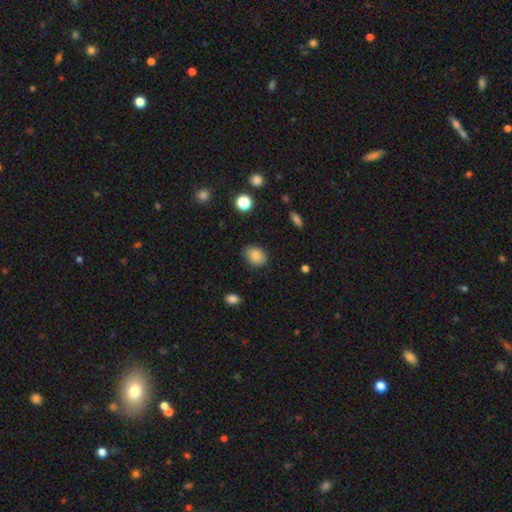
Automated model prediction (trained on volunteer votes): Overall: smooth (84%). How rounded: in between (62%; round 37%). Merging: none (82%).